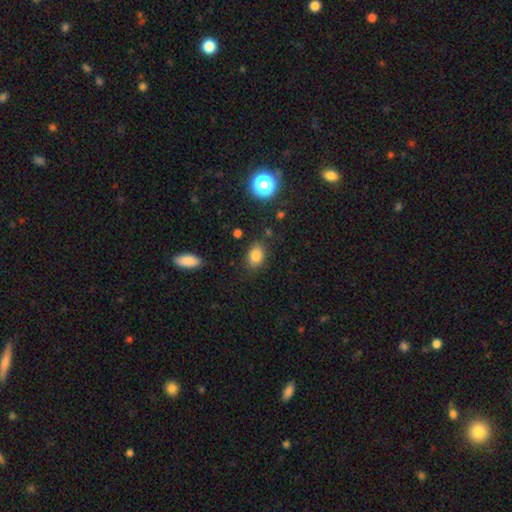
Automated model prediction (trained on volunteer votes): smooth_or_featured: smooth (p=0.82) [alt: star or artifact p=0.11]
how_rounded: in between (p=0.71) [alt: round p=0.27]
merging: none (p=0.81) [alt: minor disturbance p=0.13]